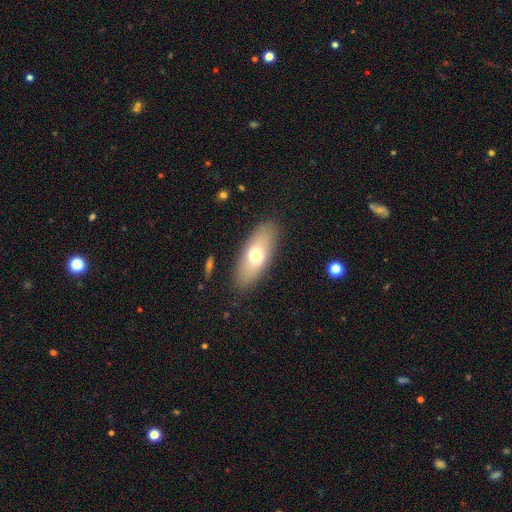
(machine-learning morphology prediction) Smooth or featured?
  - smooth: 66% *
  - featured or disk: 27%
  - star or artifact: 7%
How rounded?
  - in between: 79% *
  - cigar-shaped: 16%
  - round: 4%
Merging?
  - none: 86% *
  - minor disturbance: 9%
  - major disturbance: 3%
  - merger: 1%